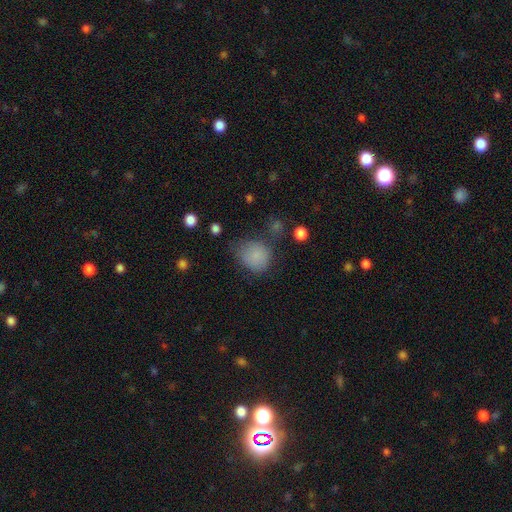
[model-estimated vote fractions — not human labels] This appears to be a smooth galaxy with no disk features (82%) that is round (69%). Merging: none (54%).